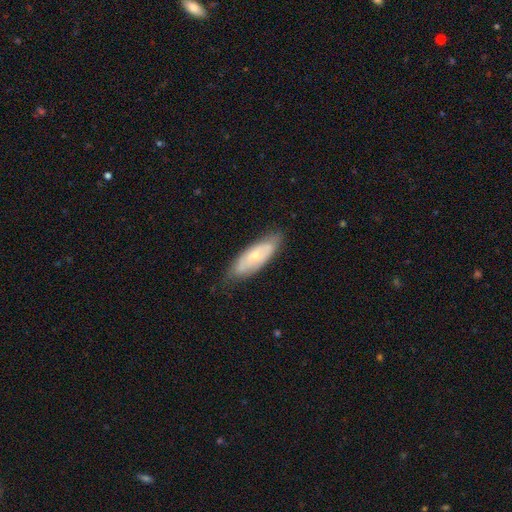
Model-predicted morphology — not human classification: A smooth galaxy with no disk features (48%).

Vote fractions:
- Smooth or featured? smooth: 48% / featured or disk: 46% / star or artifact: 6%
- Merging? none: 76% / minor disturbance: 19% / major disturbance: 4% / merger: 1%